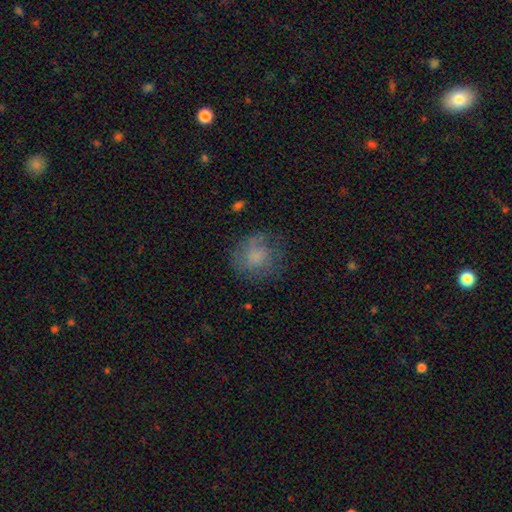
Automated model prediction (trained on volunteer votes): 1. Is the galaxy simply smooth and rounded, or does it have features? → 64% smooth, 25% featured or disk, 11% star or artifact.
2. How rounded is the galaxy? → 82% round, 17% in between, 1% cigar-shaped.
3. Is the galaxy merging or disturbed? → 62% none, 21% minor disturbance, 15% major disturbance, 2% merger.